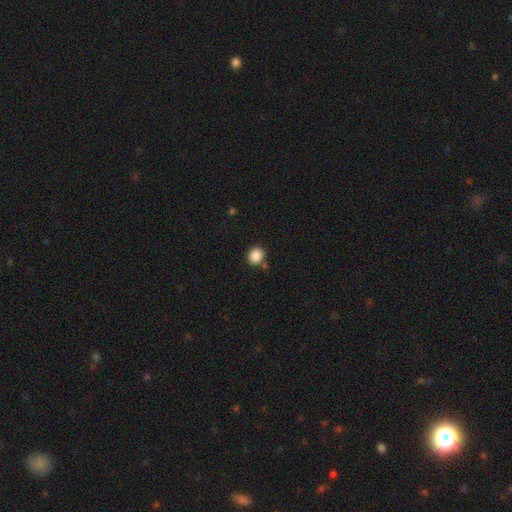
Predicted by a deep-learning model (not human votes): Overall: smooth (87%). How rounded: round (80%). Merging: none (82%).